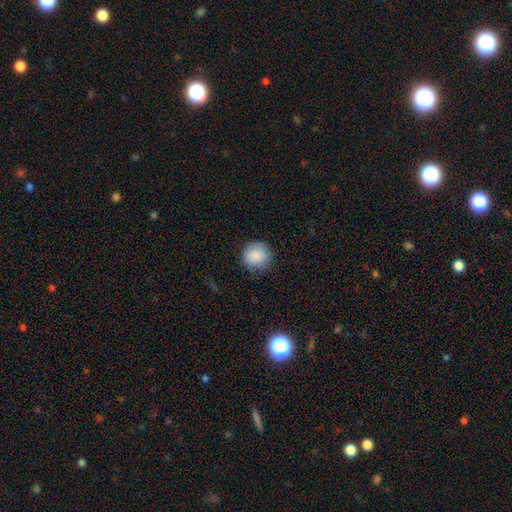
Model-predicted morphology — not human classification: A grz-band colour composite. It shows a smooth galaxy with no disk features (87%) that is round (93%). Merging: none (86%).